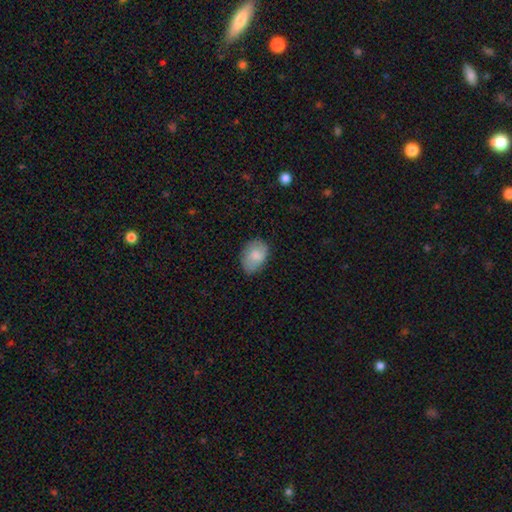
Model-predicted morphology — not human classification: This is likely a smooth galaxy (79%). How rounded: clearly in between (83%). Merging: likely none (74%).